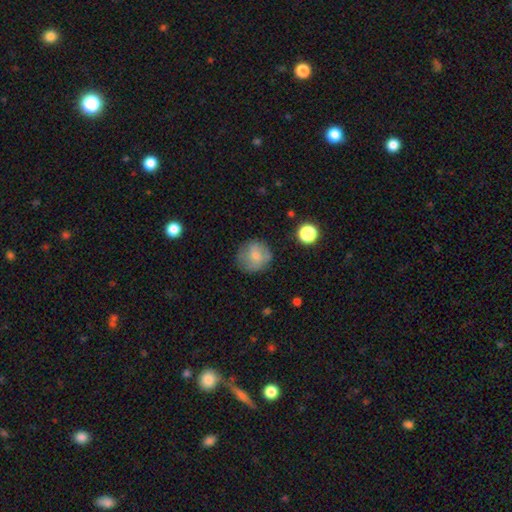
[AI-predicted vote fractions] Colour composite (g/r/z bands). It shows a smooth galaxy with no disk features (71%) that is round (87%). Merging: none (70%).